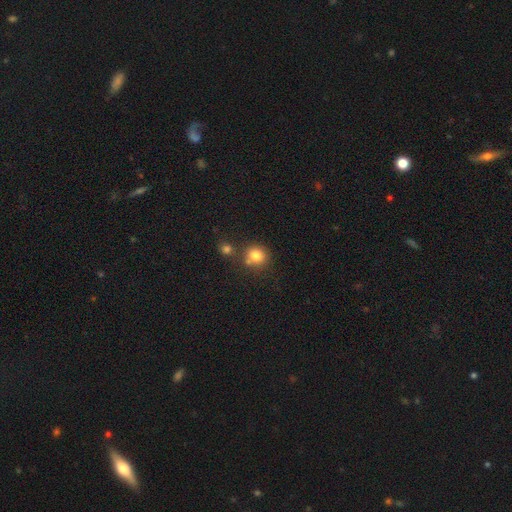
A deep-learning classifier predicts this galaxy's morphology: type=smooth (80%); roundness=round (84%); merging=none (65%).